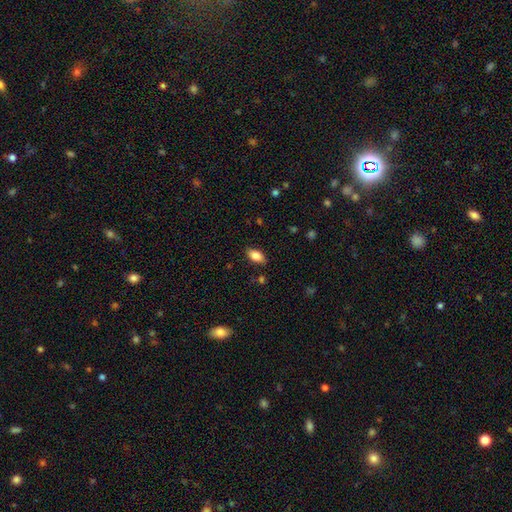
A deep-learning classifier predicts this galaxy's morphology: Q: Smooth or featured?
A: smooth (85%); runner-up: star or artifact (8%)
Q: How rounded?
A: in between (91%); runner-up: cigar-shaped (5%)
Q: Merging?
A: none (85%); runner-up: minor disturbance (11%)